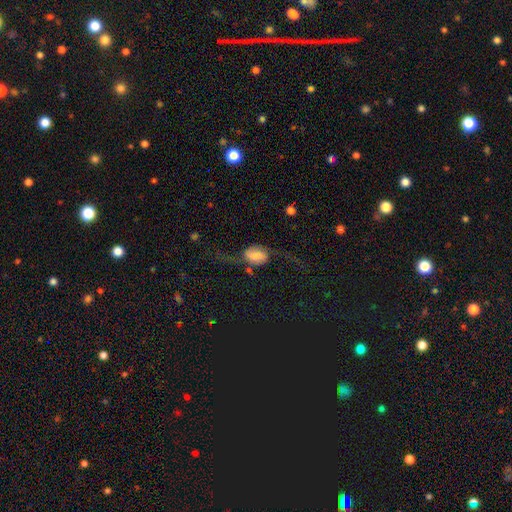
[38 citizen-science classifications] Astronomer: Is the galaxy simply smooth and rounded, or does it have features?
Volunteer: featured or disk — 61%.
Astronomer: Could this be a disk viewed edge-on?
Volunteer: no — 96%.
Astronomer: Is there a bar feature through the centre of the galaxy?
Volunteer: weak — 55% (runner-up: no, 32%).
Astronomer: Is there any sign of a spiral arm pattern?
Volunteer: yes — 95%.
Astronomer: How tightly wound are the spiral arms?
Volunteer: loose — 100%.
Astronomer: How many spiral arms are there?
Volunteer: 2 — 95%.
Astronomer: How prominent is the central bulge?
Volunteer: moderate — 50% (runner-up: large, 27%).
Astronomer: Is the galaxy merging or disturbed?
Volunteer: none — 68%.